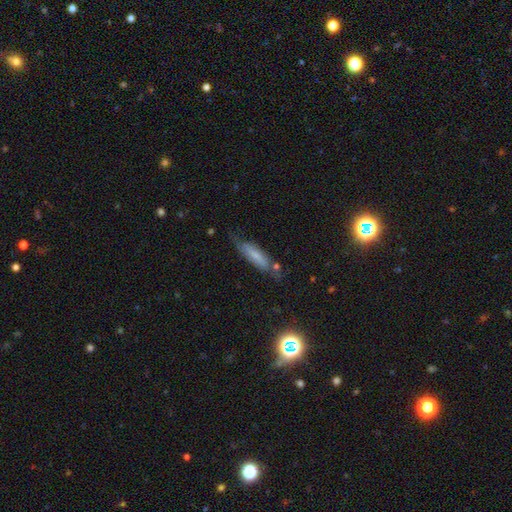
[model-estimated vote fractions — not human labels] This appears to be a smooth galaxy with no disk features (53%) that is cigar-shaped (68%). Merging: none (62%).